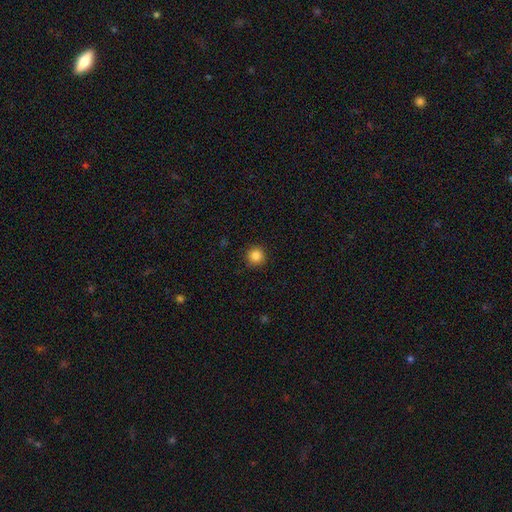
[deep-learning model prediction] Smooth or featured? Predicted: smooth (p=0.86). How rounded? Predicted: round (p=0.95). Merging? Predicted: none (p=0.91).